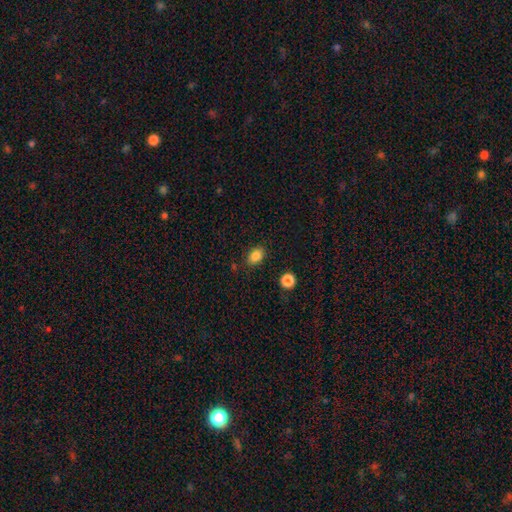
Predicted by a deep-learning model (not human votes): smooth_or_featured: smooth (p=0.85) [alt: star or artifact p=0.10]
how_rounded: in between (p=0.75) [alt: round p=0.24]
merging: none (p=0.83) [alt: minor disturbance p=0.12]